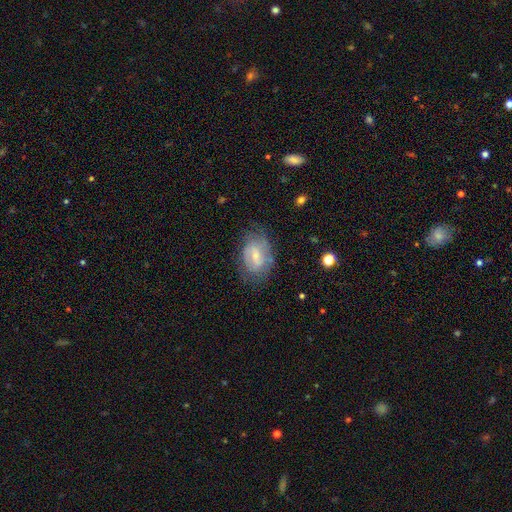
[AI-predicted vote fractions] smooth_or_featured: featured or disk (p=0.51) [alt: smooth p=0.41]
disk_edge_on: no (p=0.95) [alt: yes p=0.05]
merging: none (p=0.63) [alt: minor disturbance p=0.24]